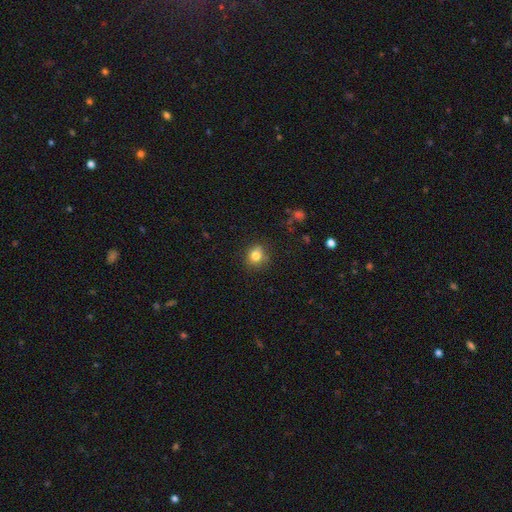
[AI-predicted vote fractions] smooth 80%, star or artifact 12%, featured or disk 8%. Down the decision tree: how rounded — round (75%); merging — none (77%).